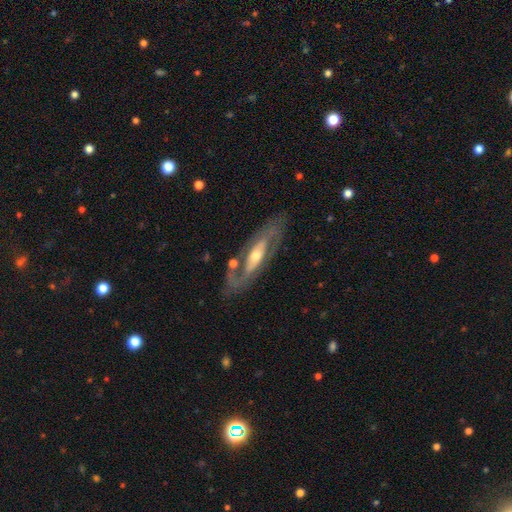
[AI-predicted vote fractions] This is likely a featured or disk galaxy (80%). It is likely not viewed edge-on (78%). Bar: possibly no (45%). Spiral arm pattern: likely yes (73%). Central bulge: likely moderate (61%). Merging: likely none (73%).